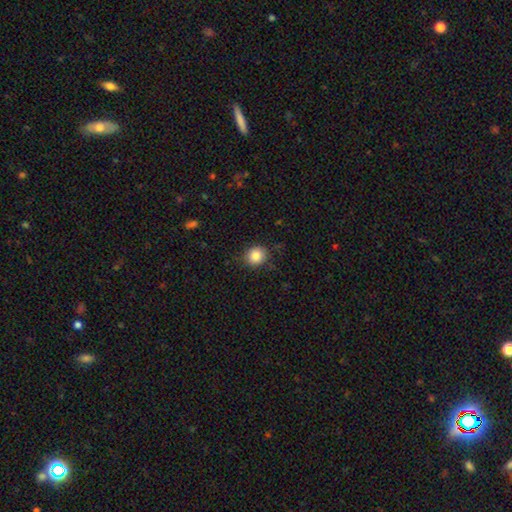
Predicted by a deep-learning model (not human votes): A smooth galaxy with no disk features (85%) that is round (82%).

Vote fractions:
- Smooth or featured? smooth: 85% / star or artifact: 10% / featured or disk: 6%
- How rounded? round: 82% / in between: 17% / cigar-shaped: 1%
- Merging? none: 86% / minor disturbance: 10% / major disturbance: 2% / merger: 1%